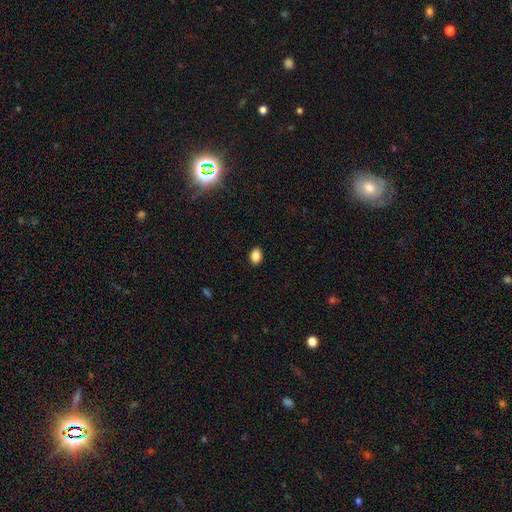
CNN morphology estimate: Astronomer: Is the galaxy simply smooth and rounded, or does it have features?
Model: smooth — 87%.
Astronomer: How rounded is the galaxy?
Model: in between — 76%.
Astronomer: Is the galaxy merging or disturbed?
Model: none — 90%.